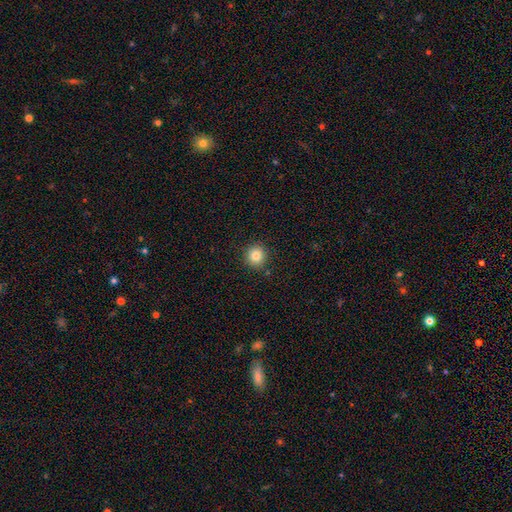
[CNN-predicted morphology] Q: Smooth or featured?
A: smooth (83%); runner-up: star or artifact (11%)
Q: How rounded?
A: round (92%); runner-up: in between (7%)
Q: Merging?
A: none (90%); runner-up: minor disturbance (7%)